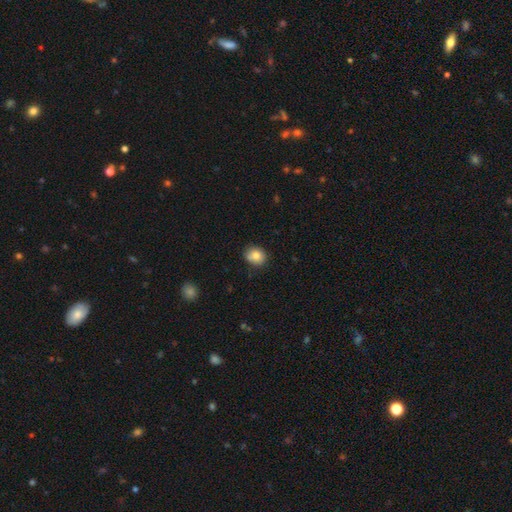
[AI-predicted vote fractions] Smooth or featured? Predicted: smooth (p=0.82). How rounded? Predicted: round (p=0.63). Merging? Predicted: none (p=0.80).